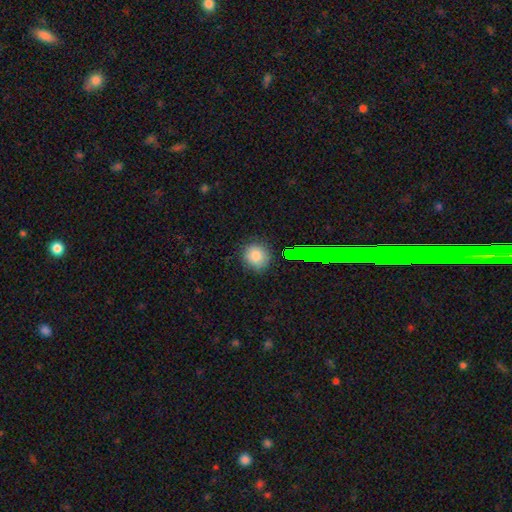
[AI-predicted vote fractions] This is clearly a smooth galaxy (81%). How rounded: clearly round (88%). Merging: clearly none (84%).